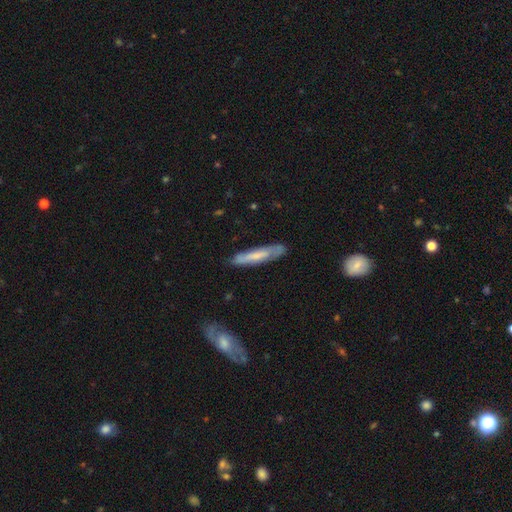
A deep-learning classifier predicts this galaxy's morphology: A smooth galaxy with no disk features (52%) that is cigar-shaped (87%). Merging: none (79%).